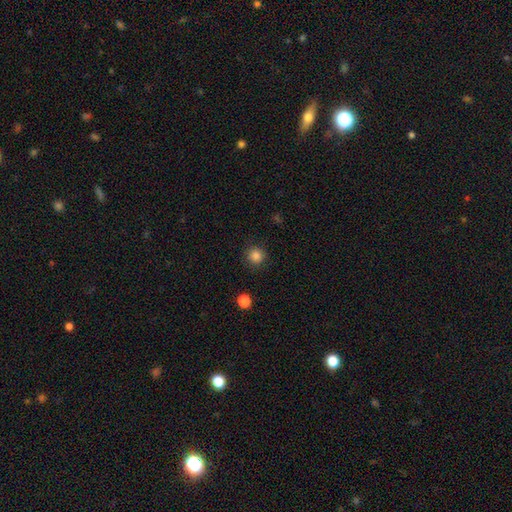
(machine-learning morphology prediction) Smooth or featured?
  - smooth: 85% *
  - star or artifact: 11%
  - featured or disk: 4%
How rounded?
  - round: 95% *
  - in between: 4%
  - cigar-shaped: 1%
Merging?
  - none: 90% *
  - minor disturbance: 7%
  - major disturbance: 2%
  - merger: 1%